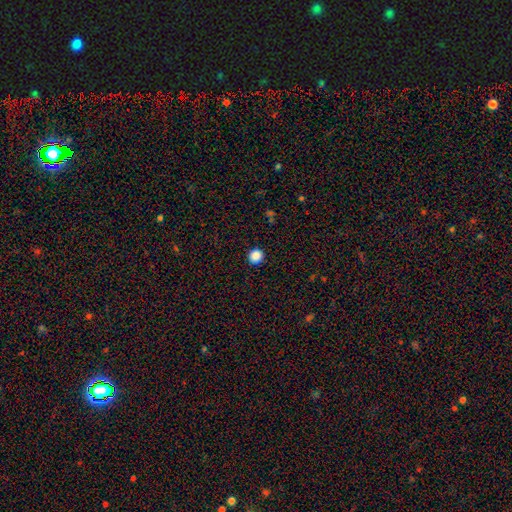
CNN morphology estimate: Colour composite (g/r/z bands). It shows a smooth galaxy with no disk features (87%) that is round (93%). Merging: none (93%).